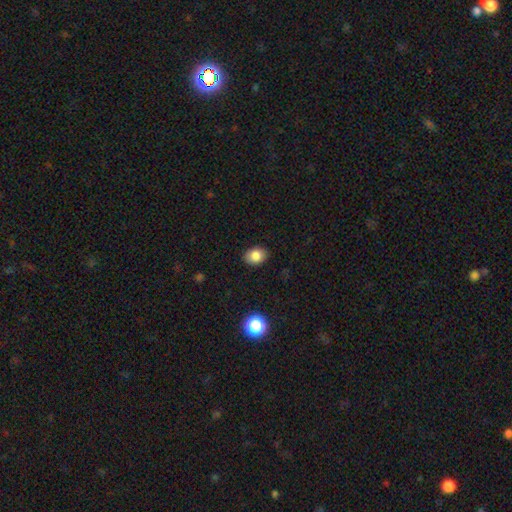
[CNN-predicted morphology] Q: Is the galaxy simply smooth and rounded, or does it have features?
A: smooth — 83%.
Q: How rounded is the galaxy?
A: in between — 67%.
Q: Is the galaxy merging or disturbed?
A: none — 89%.